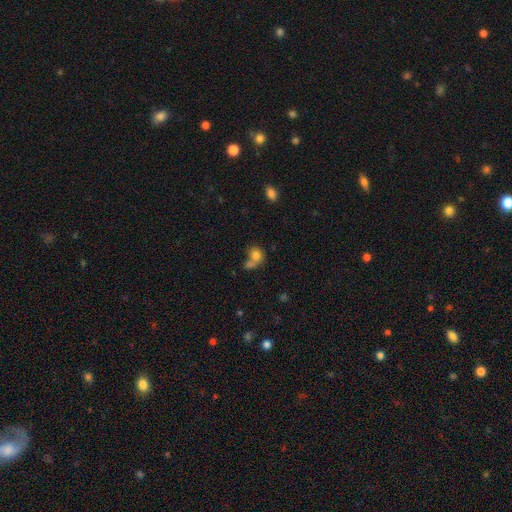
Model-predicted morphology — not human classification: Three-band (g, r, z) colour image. It shows a smooth galaxy with no disk features (77%) that is round (65%). Merging: merger (48%).